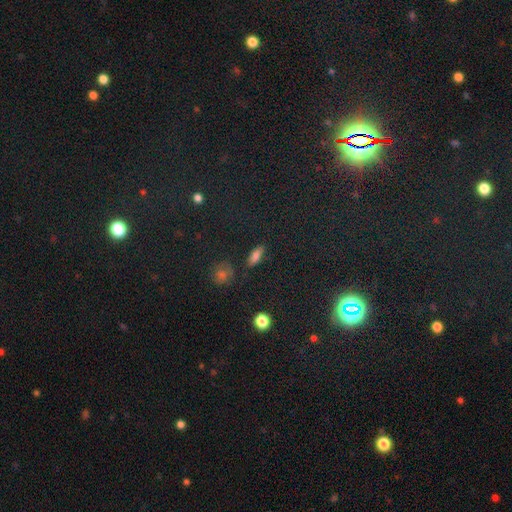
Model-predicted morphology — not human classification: This is likely a smooth galaxy (74%). How rounded: likely in between (68%). Merging: clearly none (80%).